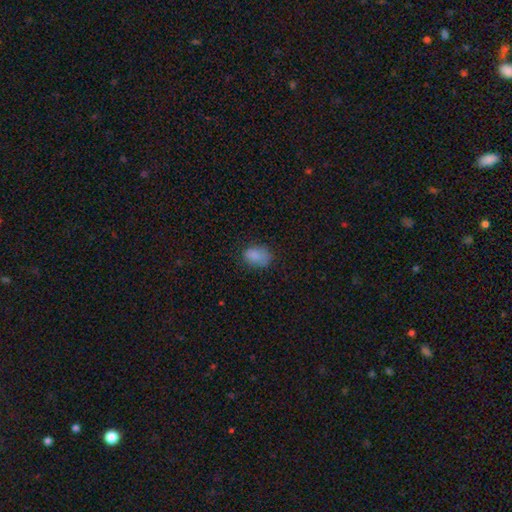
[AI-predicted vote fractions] smooth 81%, star or artifact 11%, featured or disk 8%. Down the decision tree: how rounded — in between (72%); merging — none (63%).